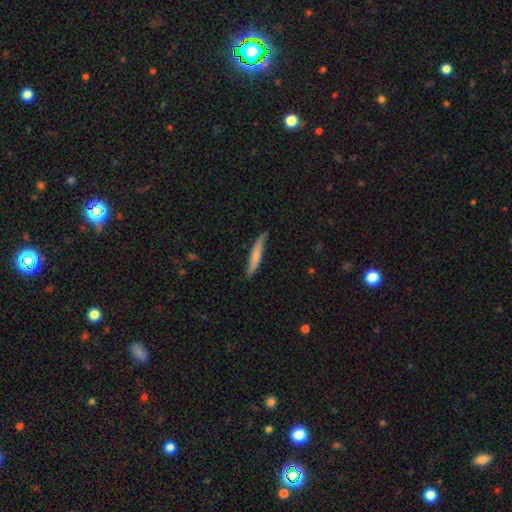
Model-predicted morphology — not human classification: smooth 64%, featured or disk 31%, star or artifact 5%. Down the decision tree: how rounded — cigar-shaped (92%); merging — none (74%).